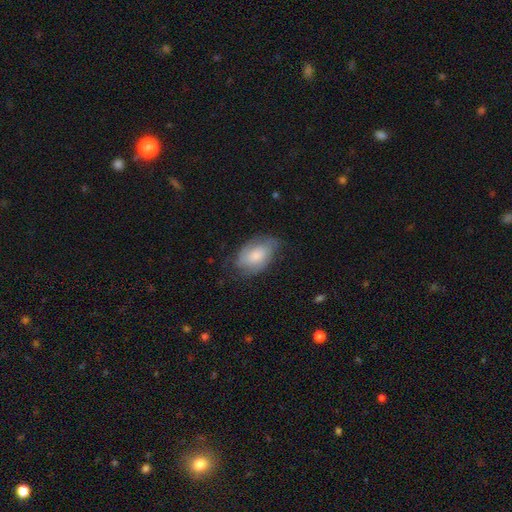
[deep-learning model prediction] This appears to be a smooth galaxy with no disk features (56%) that is in between round and cigar-shaped (90%). Merging: none (59%).